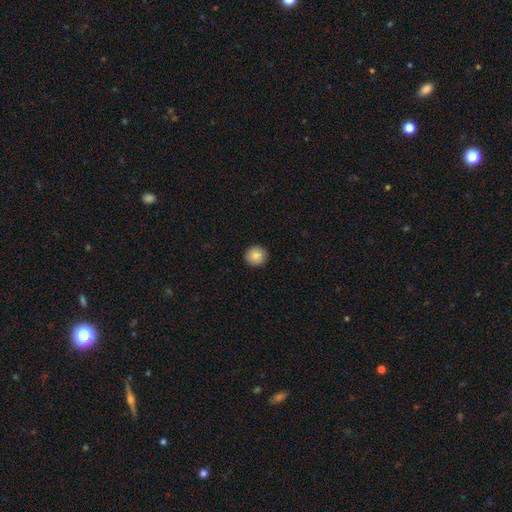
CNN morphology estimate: Smooth or featured?
  - smooth: 85% *
  - star or artifact: 8%
  - featured or disk: 7%
How rounded?
  - round: 94% *
  - in between: 5%
  - cigar-shaped: 1%
Merging?
  - none: 92% *
  - minor disturbance: 5%
  - major disturbance: 1%
  - merger: 1%